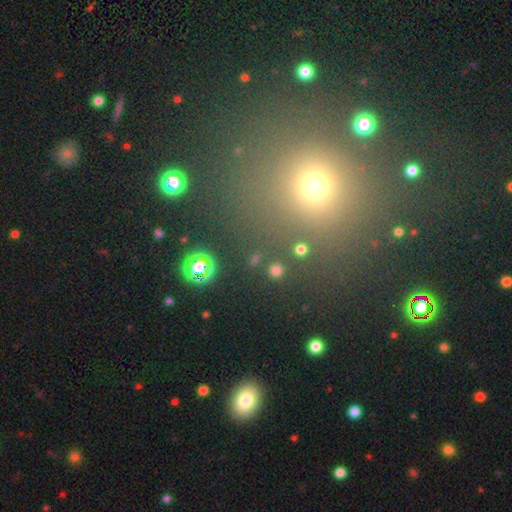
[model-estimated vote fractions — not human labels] A smooth galaxy with no disk features (49%).

Vote fractions:
- Smooth or featured? smooth: 49% / star or artifact: 42% / featured or disk: 9%
- Merging? none: 84% / minor disturbance: 7% / merger: 5% / major disturbance: 4%